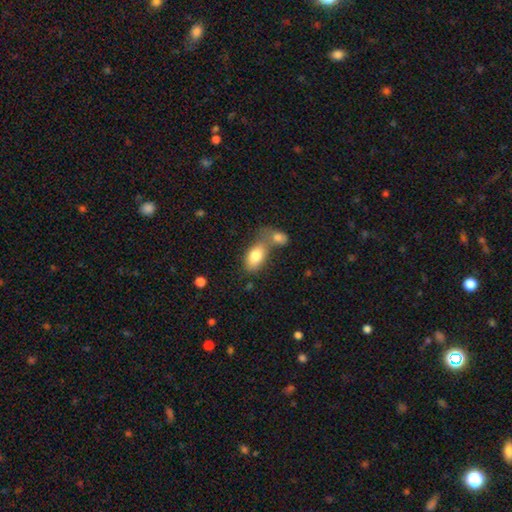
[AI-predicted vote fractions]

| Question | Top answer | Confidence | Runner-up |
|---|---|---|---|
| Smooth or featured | smooth | 80% | featured or disk (13%) |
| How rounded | in between | 91% | round (6%) |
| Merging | merger | 47% | none (35%) |